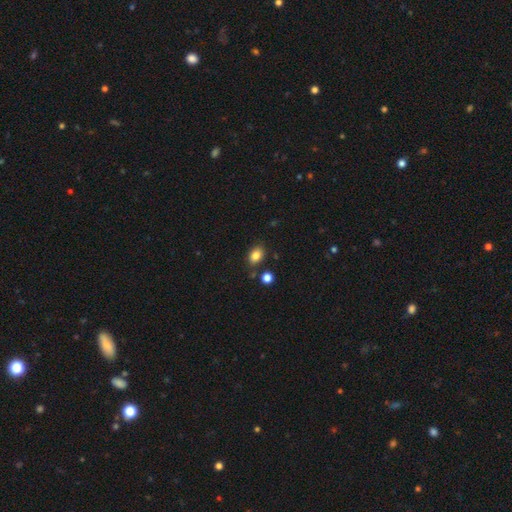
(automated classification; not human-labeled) Morphology: type=smooth (84%); roundness=in between (71%); merging=none (79%).